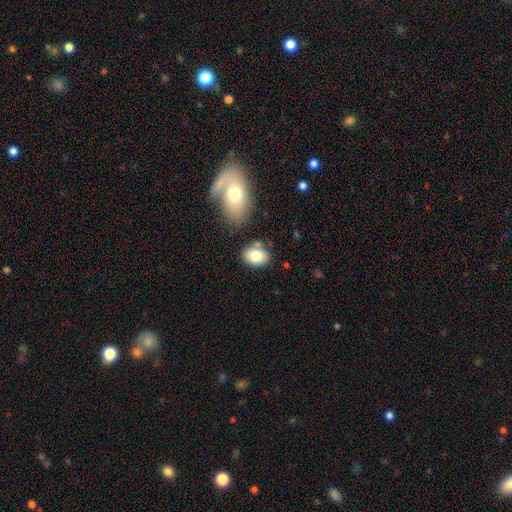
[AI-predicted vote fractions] A smooth galaxy with no disk features (79%) that is in between round and cigar-shaped (71%). Merging: none (71%).